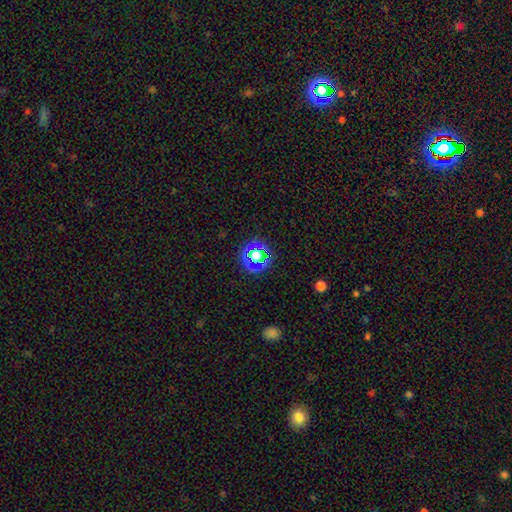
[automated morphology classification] This is possibly a star or artifact rather than a galaxy (50%).